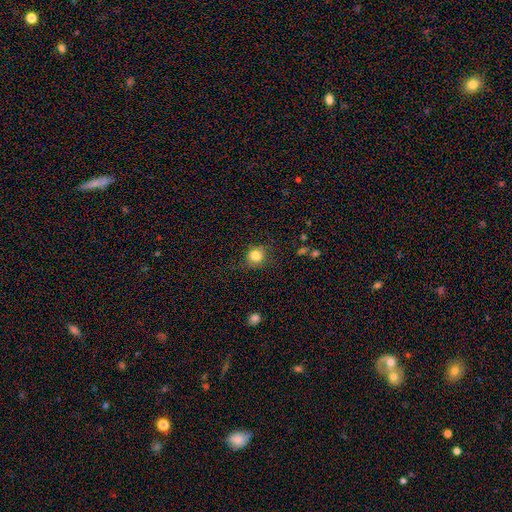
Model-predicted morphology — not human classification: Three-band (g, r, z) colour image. It shows a smooth galaxy with no disk features (83%) that is round (84%). Merging: none (81%).